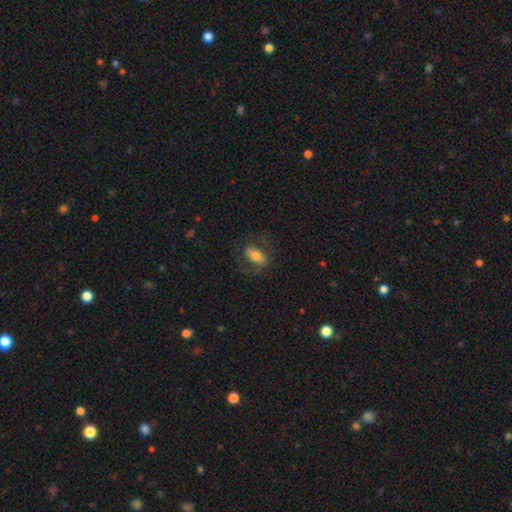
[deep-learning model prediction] Smooth or featured: smooth — 59% (featured or disk — 34%)
How rounded: in between — 88% (round — 8%)
Merging: none — 66% (minor disturbance — 17%)